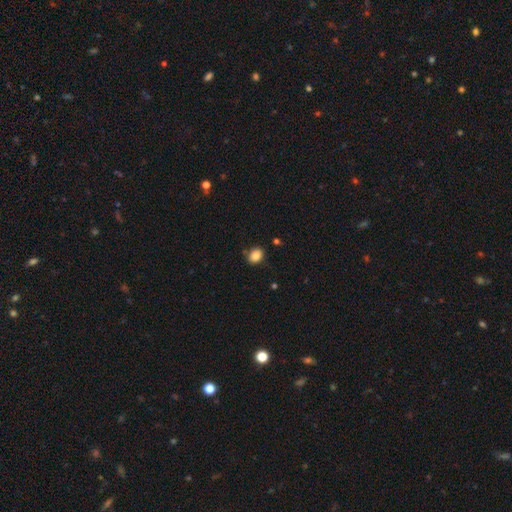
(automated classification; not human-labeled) Smooth or featured: smooth — 85% (star or artifact — 10%)
How rounded: in between — 57% (round — 42%)
Merging: none — 84% (minor disturbance — 11%)